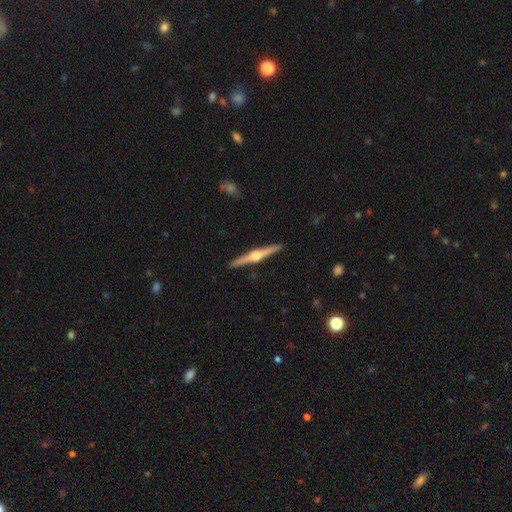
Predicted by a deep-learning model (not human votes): The model was most divided on "smooth or featured": featured or disk: 81%, smooth: 14%, star or artifact: 5%. More confident: edge-on disk — yes (99%); edge-on bulge — rounded (95%); merging — none (92%).